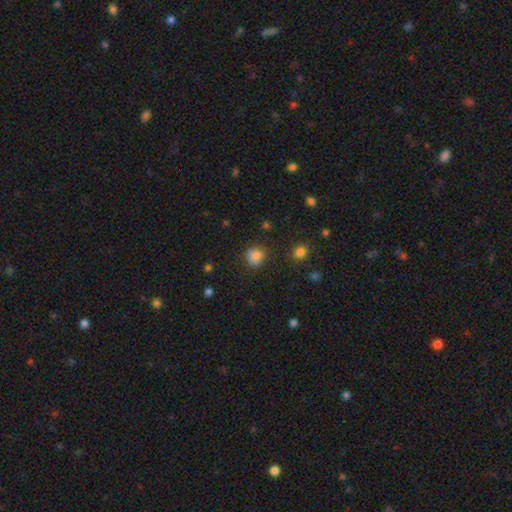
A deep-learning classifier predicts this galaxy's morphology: Smooth or featured? Predicted: smooth (p=0.77). How rounded? Predicted: round (p=0.77). Merging? Predicted: none (p=0.66).